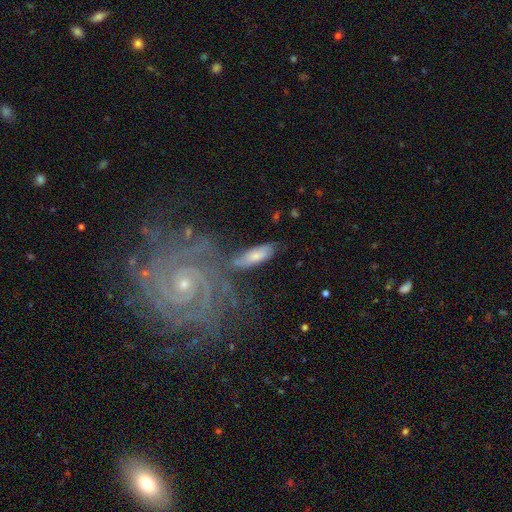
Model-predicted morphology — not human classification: Q: Smooth or featured?
A: smooth (59%); runner-up: featured or disk (34%)
Q: How rounded?
A: in between (57%); runner-up: cigar-shaped (41%)
Q: Merging?
A: none (56%); runner-up: minor disturbance (20%)